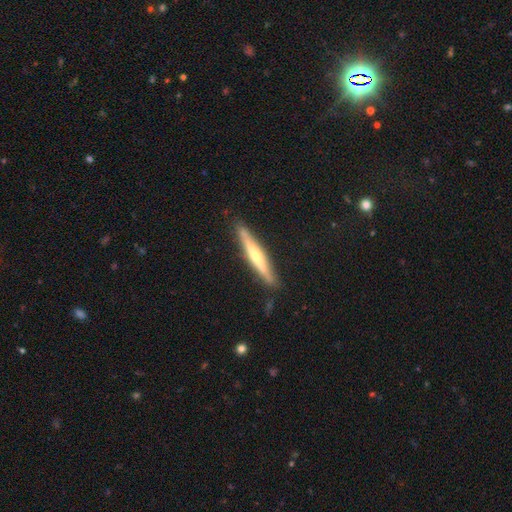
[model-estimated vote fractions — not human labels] featured or disk 66%, smooth 28%, star or artifact 5%. Down the decision tree: edge-on disk — yes (96%); edge-on bulge — rounded (72%); merging — none (88%).